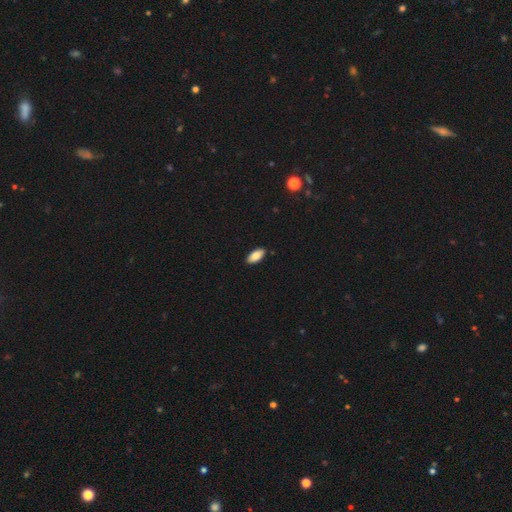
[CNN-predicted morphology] type=smooth (84%); roundness=in between (91%); merging=none (89%).